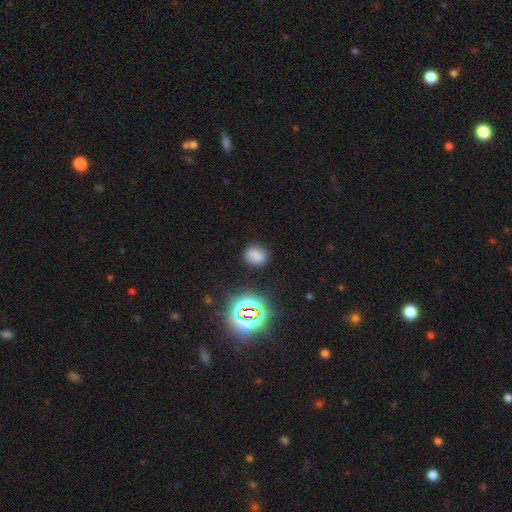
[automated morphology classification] Smooth or featured? Predicted: smooth (p=0.67). How rounded? Predicted: round (p=0.50). Merging? Predicted: none (p=0.80).